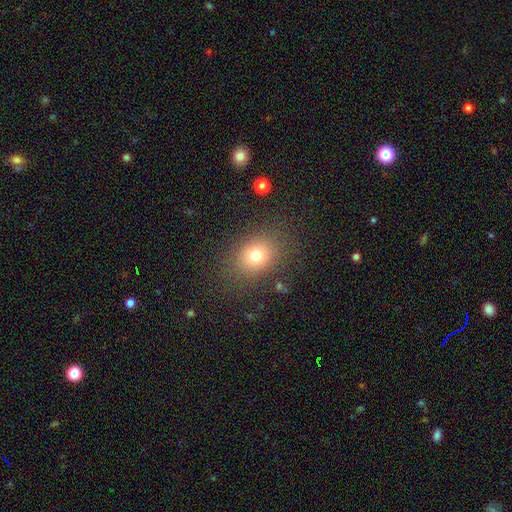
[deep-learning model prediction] This is likely a smooth galaxy (76%). How rounded: possibly in between (52%). Merging: clearly none (82%).